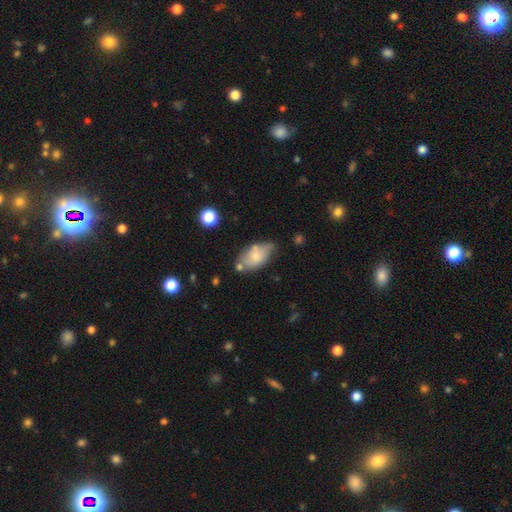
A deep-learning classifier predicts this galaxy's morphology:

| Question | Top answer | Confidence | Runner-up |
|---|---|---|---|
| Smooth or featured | smooth | 66% | featured or disk (27%) |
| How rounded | in between | 92% | round (5%) |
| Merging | none | 53% | minor disturbance (29%) |